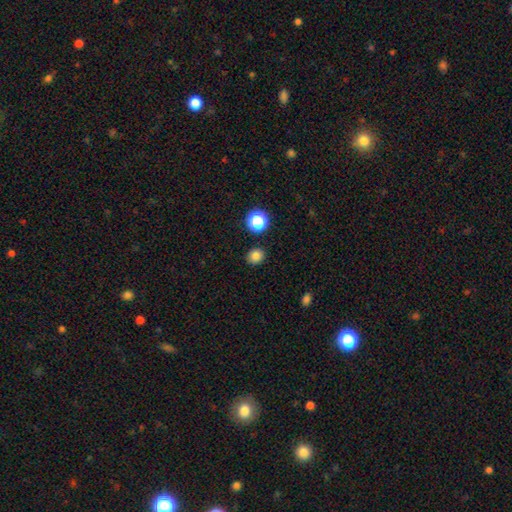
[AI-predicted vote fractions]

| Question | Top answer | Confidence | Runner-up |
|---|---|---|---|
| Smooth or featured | smooth | 82% | star or artifact (14%) |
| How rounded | round | 83% | in between (16%) |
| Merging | none | 90% | minor disturbance (7%) |